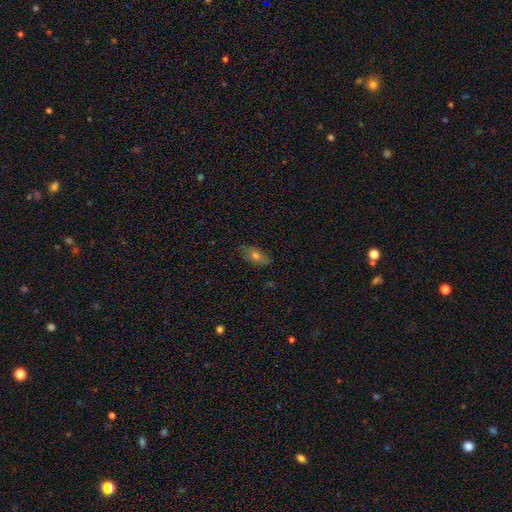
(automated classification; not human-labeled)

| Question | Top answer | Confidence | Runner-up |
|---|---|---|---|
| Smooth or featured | smooth | 60% | featured or disk (27%) |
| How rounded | in between | 81% | cigar-shaped (11%) |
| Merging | none | 80% | minor disturbance (16%) |